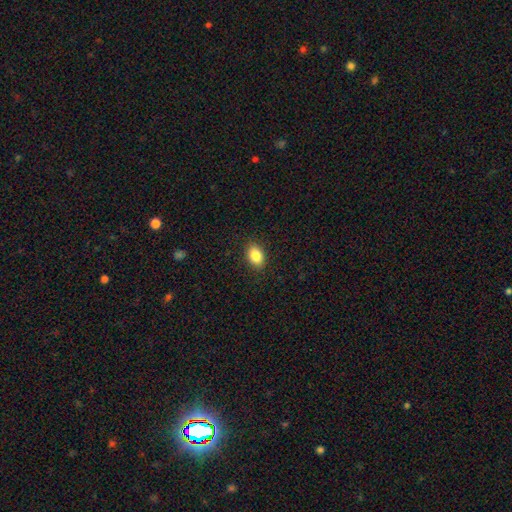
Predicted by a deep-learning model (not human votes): Smooth or featured? smooth (86%)
How rounded? in between (84%)
Merging? none (89%)